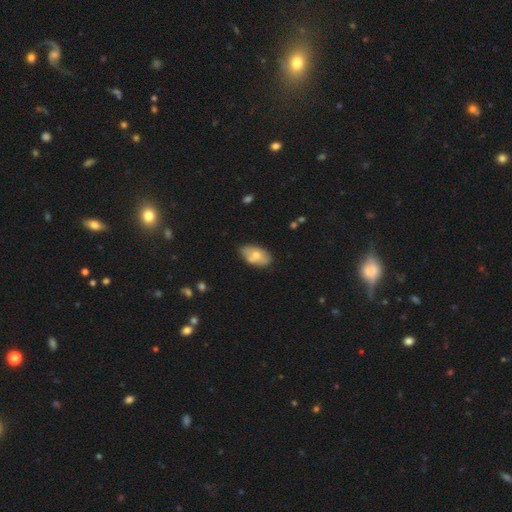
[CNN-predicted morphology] type=smooth (64%); roundness=in between (92%); merging=none (64%).